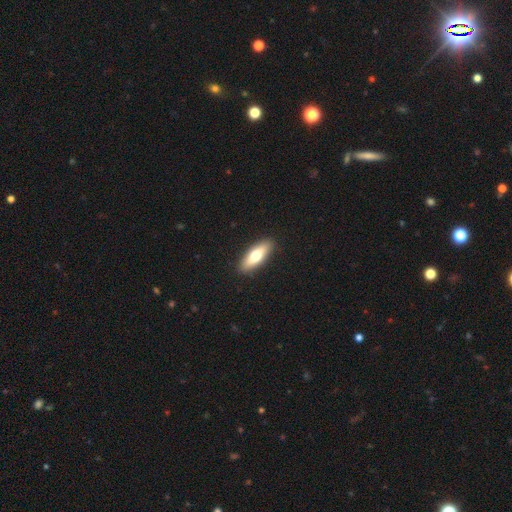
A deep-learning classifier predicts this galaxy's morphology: A smooth galaxy with no disk features (65%) that is in between round and cigar-shaped (59%).

Vote fractions:
- Smooth or featured? smooth: 65% / featured or disk: 30% / star or artifact: 6%
- How rounded? in between: 59% / cigar-shaped: 39% / round: 2%
- Merging? none: 90% / minor disturbance: 7% / major disturbance: 2% / merger: 1%